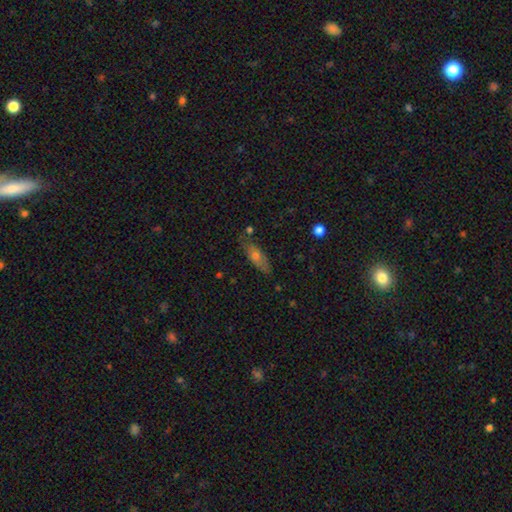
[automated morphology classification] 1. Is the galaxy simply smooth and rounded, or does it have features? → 56% smooth, 35% featured or disk, 9% star or artifact.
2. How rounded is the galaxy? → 61% in between, 35% cigar-shaped, 4% round.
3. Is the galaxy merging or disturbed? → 74% none, 18% minor disturbance, 4% major disturbance, 4% merger.